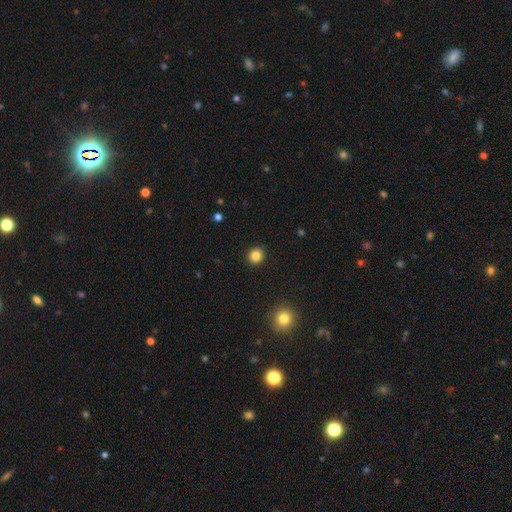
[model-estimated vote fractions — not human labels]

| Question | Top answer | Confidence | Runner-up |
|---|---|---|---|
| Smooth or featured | smooth | 84% | star or artifact (11%) |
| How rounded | round | 89% | in between (10%) |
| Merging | none | 92% | minor disturbance (5%) |